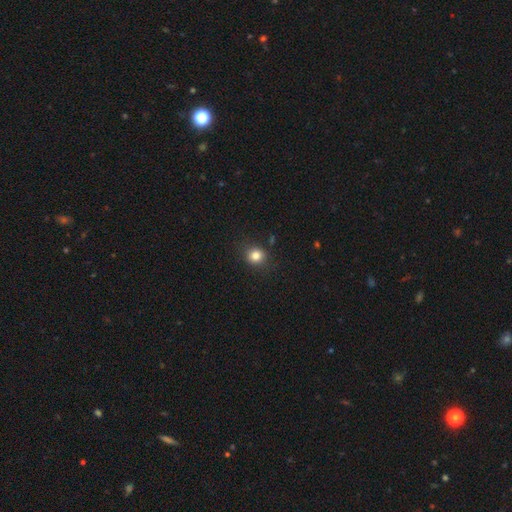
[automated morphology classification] Smooth or featured: smooth — 82% (star or artifact — 12%)
How rounded: round — 81% (in between — 18%)
Merging: none — 86% (minor disturbance — 10%)